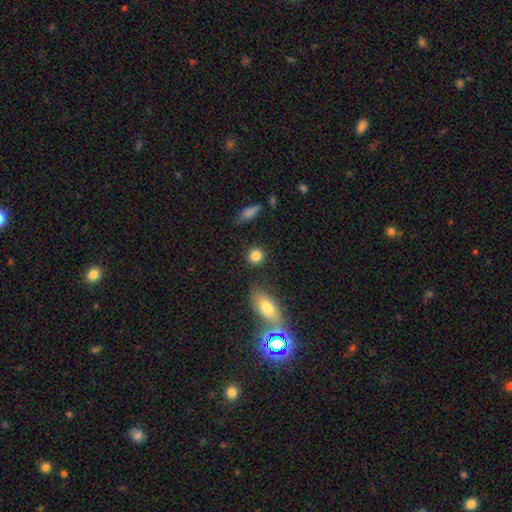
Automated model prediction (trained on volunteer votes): smooth 84%, star or artifact 9%, featured or disk 7%. Down the decision tree: how rounded — round (85%); merging — none (85%).